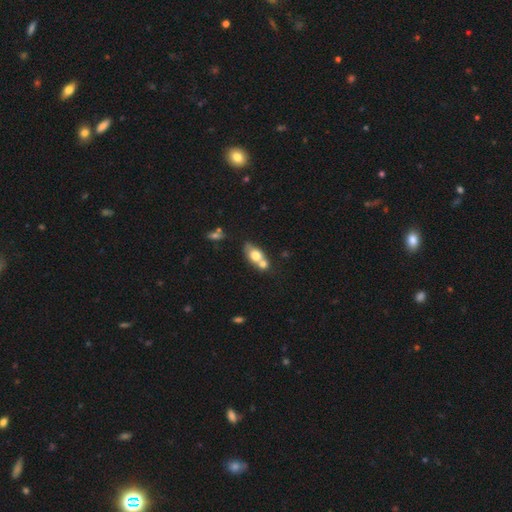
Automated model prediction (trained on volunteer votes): This appears to be a smooth galaxy with no disk features (67%) that is in between round and cigar-shaped (67%). Merging: merger (54%).